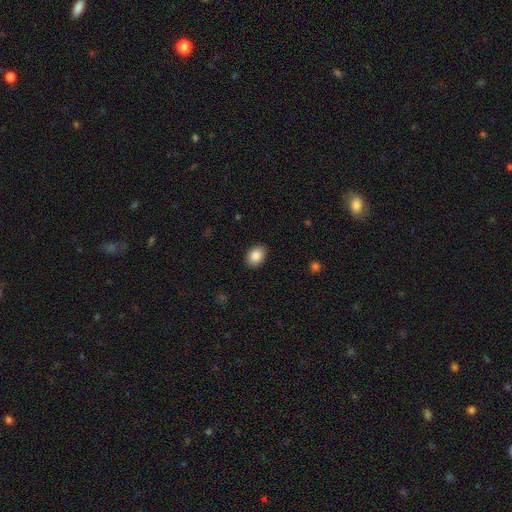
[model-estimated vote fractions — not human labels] A smooth galaxy with no disk features (87%) that is in between round and cigar-shaped (72%). Merging: none (90%).